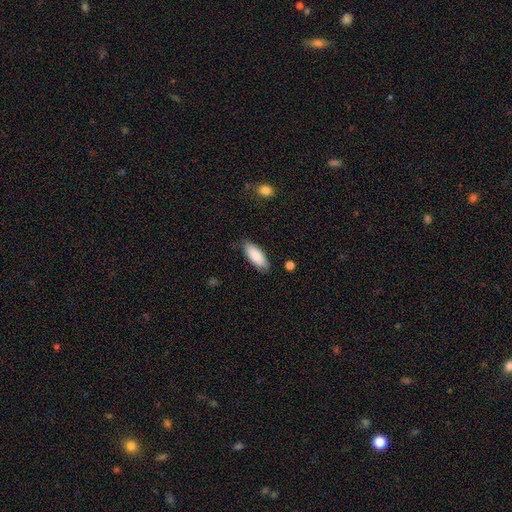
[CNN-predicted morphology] Smooth or featured? smooth (88%)
How rounded? in between (74%)
Merging? none (83%)